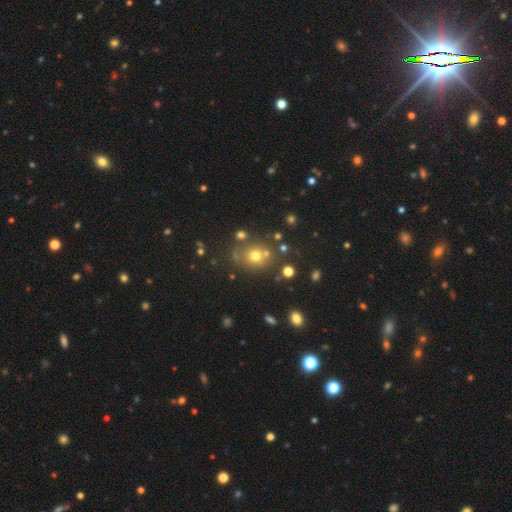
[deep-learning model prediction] This is likely a smooth galaxy (64%). How rounded: likely round (75%). Merging: likely none (67%).